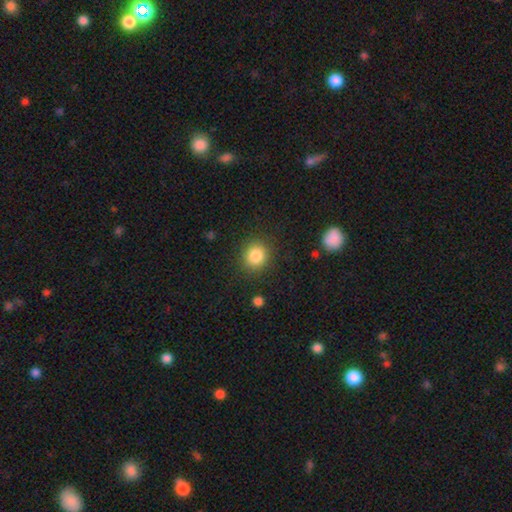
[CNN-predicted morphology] Smooth or featured? smooth (84%)
How rounded? round (84%)
Merging? none (87%)